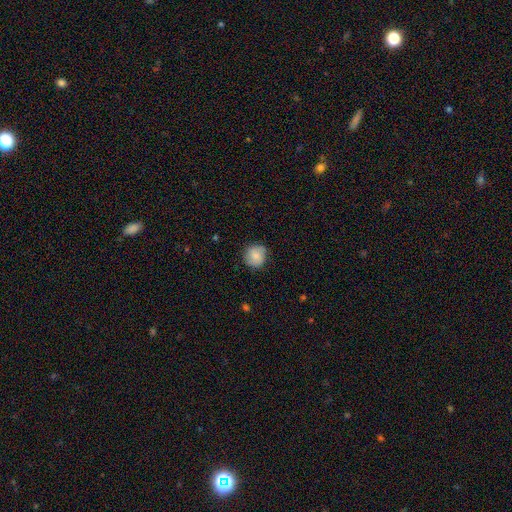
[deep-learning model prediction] This is clearly a smooth galaxy (83%). How rounded: clearly round (90%). Merging: clearly none (81%).